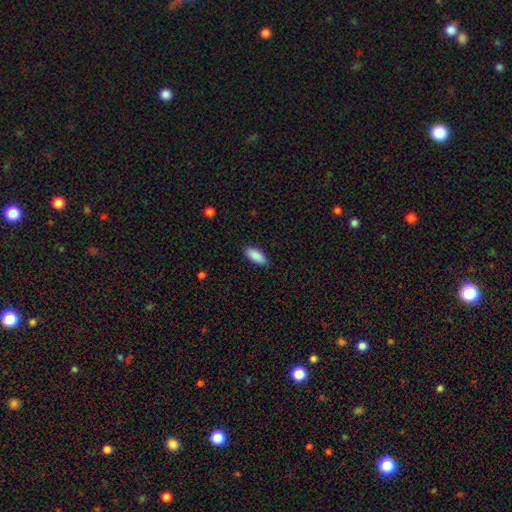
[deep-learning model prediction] A smooth galaxy with no disk features (90%) that is in between round and cigar-shaped (87%). Merging: none (89%).